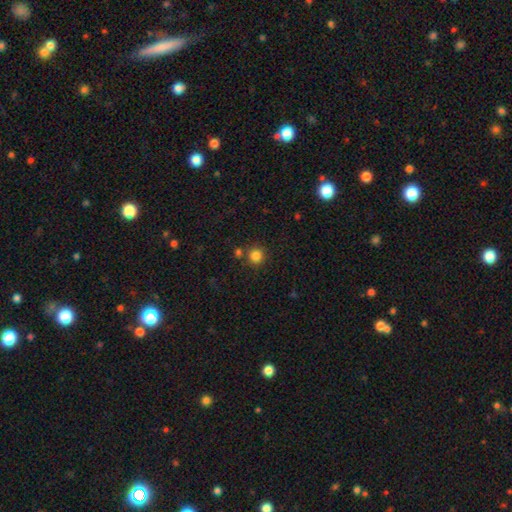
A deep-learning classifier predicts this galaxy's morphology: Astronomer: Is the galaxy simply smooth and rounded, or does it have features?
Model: smooth — 84%.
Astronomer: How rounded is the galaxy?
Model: round — 92%.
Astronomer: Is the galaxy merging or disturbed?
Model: none — 81%.